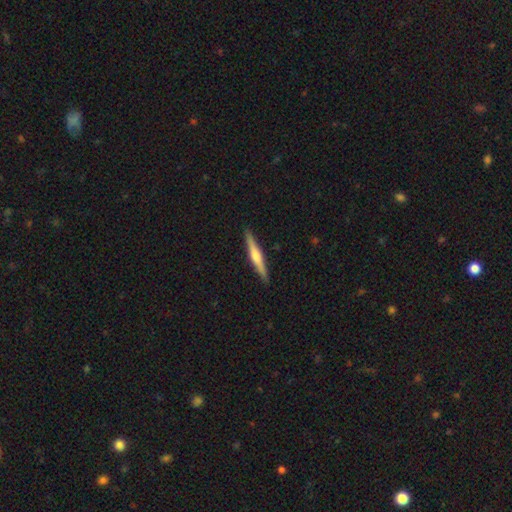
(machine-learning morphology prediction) A featured or disk galaxy (61%) viewed edge-on (98%) with a rounded central bulge (78%).

Vote fractions:
- Smooth or featured? featured or disk: 61% / smooth: 33% / star or artifact: 5%
- Edge-on disk? yes: 98% / no: 2%
- Edge-on bulge? rounded: 78% / none: 12% / boxy: 11%
- Merging? none: 92% / minor disturbance: 6% / major disturbance: 1% / merger: 1%